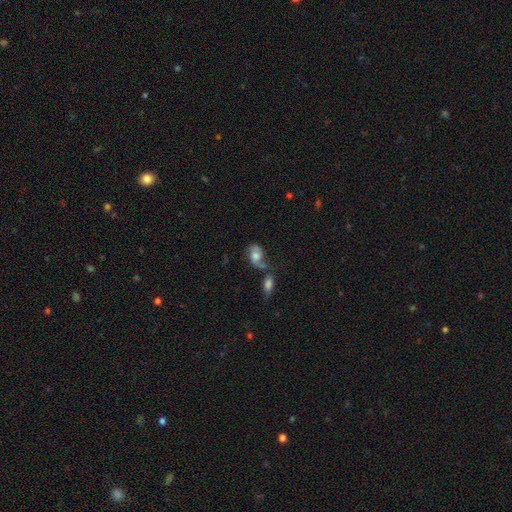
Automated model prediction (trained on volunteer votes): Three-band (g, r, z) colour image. It shows a smooth galaxy with no disk features (53%) that is in between round and cigar-shaped (84%). Merging: merger (39%).